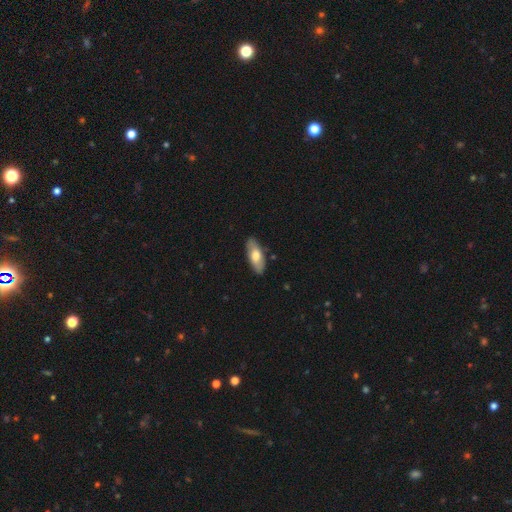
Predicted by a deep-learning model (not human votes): smooth-or-featured: smooth: 67% | featured or disk: 27% | star or artifact: 5%
  how-rounded: in between: 79% | cigar-shaped: 19% | round: 2%
  merging: none: 85% | minor disturbance: 11% | major disturbance: 2% | merger: 2%